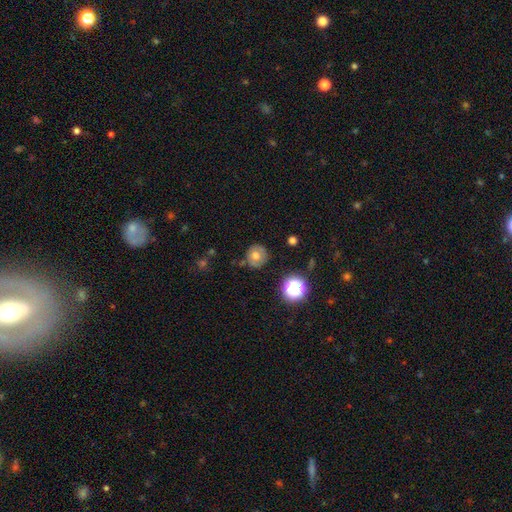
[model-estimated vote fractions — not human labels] smooth 65%, featured or disk 21%, star or artifact 14%. Down the decision tree: how rounded — round (90%); merging — none (80%).